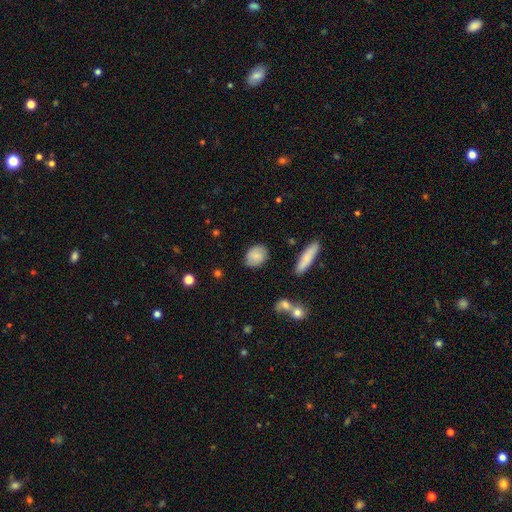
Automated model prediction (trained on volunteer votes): This appears to be a smooth galaxy with no disk features (81%) that is in between round and cigar-shaped (51%). Merging: none (84%).